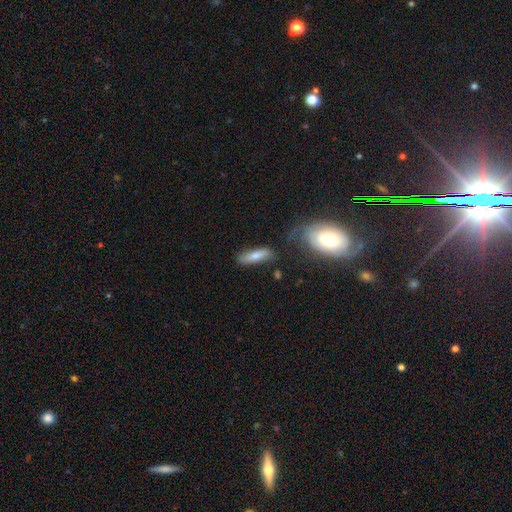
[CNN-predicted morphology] Smooth or featured: smooth — 72% (featured or disk — 21%)
How rounded: cigar-shaped — 59% (in between — 38%)
Merging: none — 71% (minor disturbance — 19%)